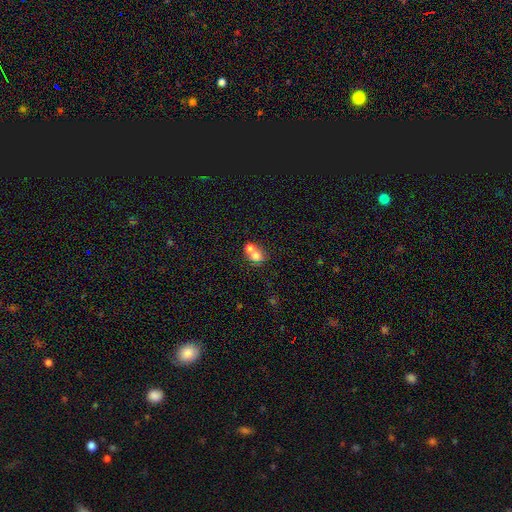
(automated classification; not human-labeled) This appears to be a smooth galaxy with no disk features (69%) that is round (57%). Merging: merger (67%).